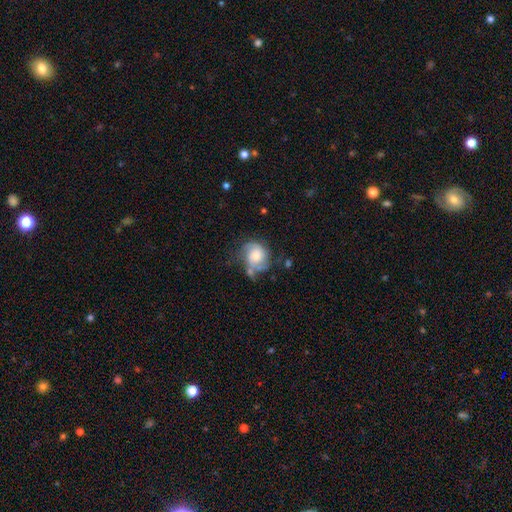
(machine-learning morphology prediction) Smooth or featured?
  - featured or disk: 52% *
  - smooth: 40%
  - star or artifact: 8%
Edge-on disk?
  - no: 97% *
  - yes: 3%
Bar?
  - no: 72% *
  - weak: 24%
  - strong: 4%
Spiral arms?
  - yes: 83% *
  - no: 17%
Bulge size?
  - moderate: 35% *
  - large: 31%
  - small: 19%
  - none: 10%
  - dominant: 5%
Merging?
  - none: 42% *
  - minor disturbance: 28%
  - major disturbance: 19%
  - merger: 11%